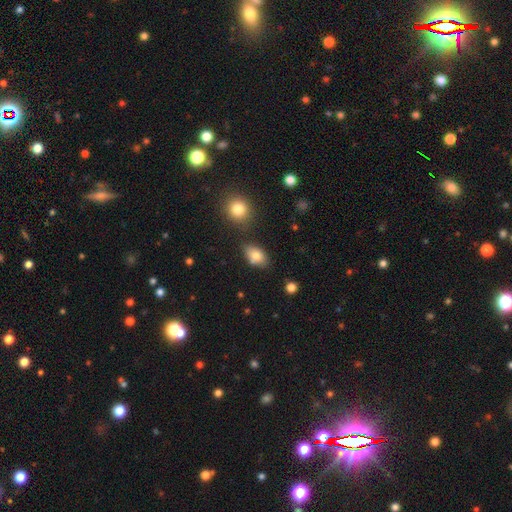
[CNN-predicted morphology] This appears to be a smooth galaxy with no disk features (80%) that is in between round and cigar-shaped (84%). Merging: none (72%).